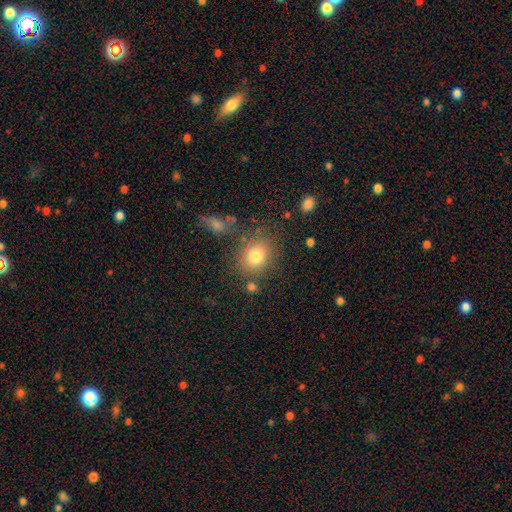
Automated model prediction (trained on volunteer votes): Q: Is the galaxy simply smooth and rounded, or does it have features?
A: smooth — 79%.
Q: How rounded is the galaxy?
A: round — 56%.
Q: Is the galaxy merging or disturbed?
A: none — 75%.